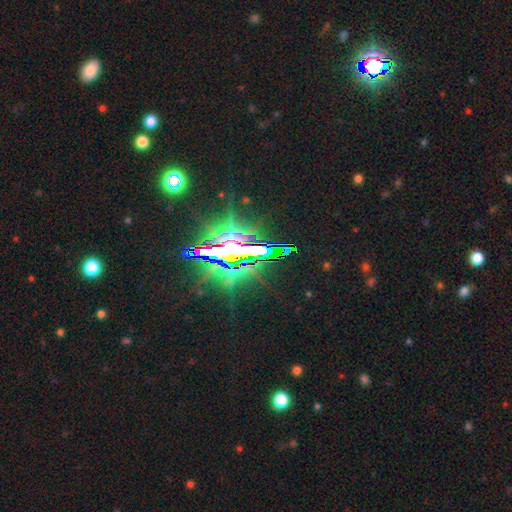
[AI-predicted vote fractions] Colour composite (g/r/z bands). It shows a star or artifact, not a galaxy (77%).